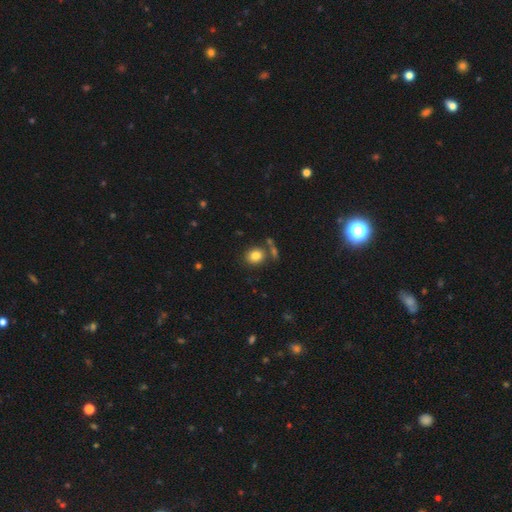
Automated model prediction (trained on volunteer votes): Smooth or featured: smooth — 81% (star or artifact — 10%)
How rounded: round — 67% (in between — 32%)
Merging: none — 73% (merger — 13%)